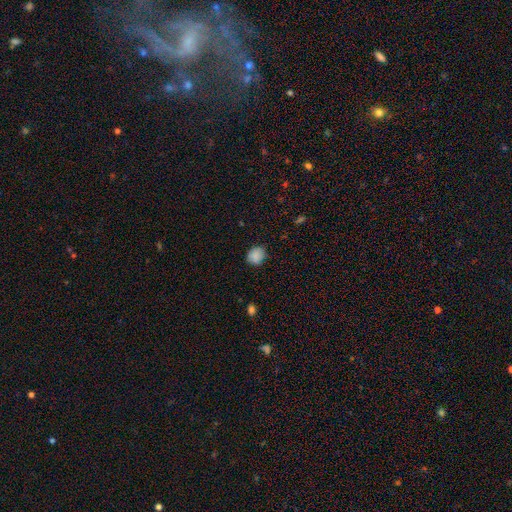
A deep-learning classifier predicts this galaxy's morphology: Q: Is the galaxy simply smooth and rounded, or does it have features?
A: smooth — 86%.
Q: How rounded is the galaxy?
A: round — 74%.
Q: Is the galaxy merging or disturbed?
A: none — 81%.